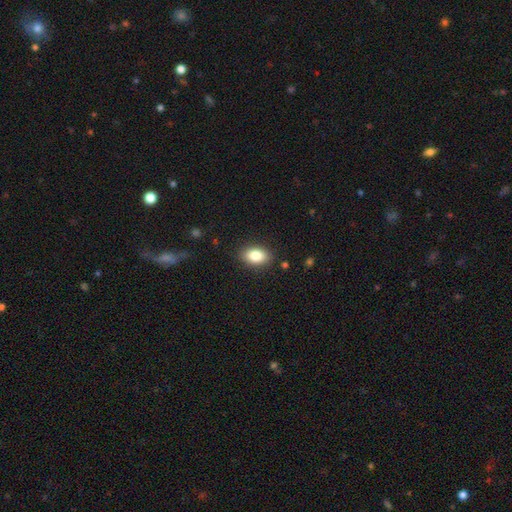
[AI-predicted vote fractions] This appears to be a smooth galaxy with no disk features (84%) that is in between round and cigar-shaped (87%). Merging: none (88%).